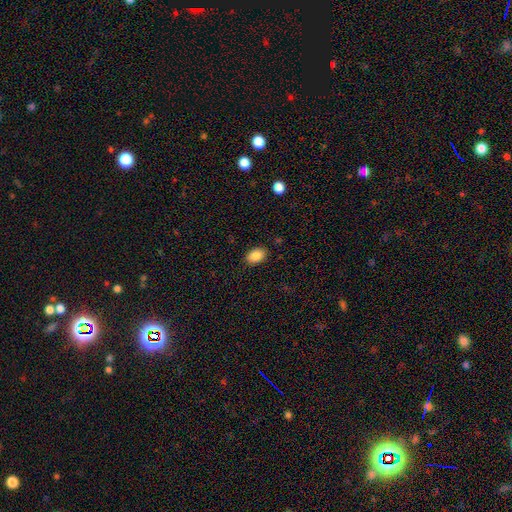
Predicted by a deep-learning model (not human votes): Smooth or featured?
  - smooth: 87% *
  - star or artifact: 8%
  - featured or disk: 5%
How rounded?
  - in between: 84% *
  - round: 15%
  - cigar-shaped: 1%
Merging?
  - none: 87% *
  - minor disturbance: 9%
  - major disturbance: 2%
  - merger: 1%